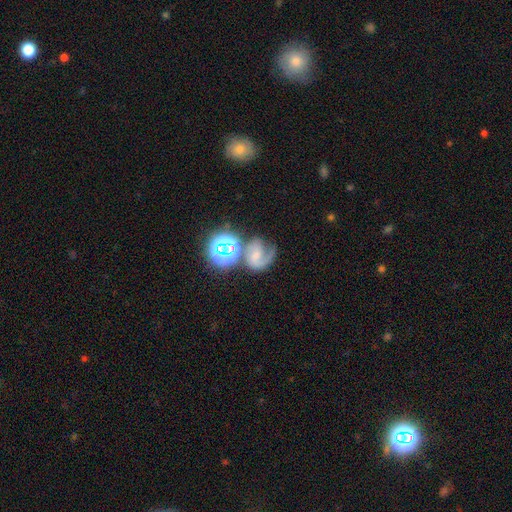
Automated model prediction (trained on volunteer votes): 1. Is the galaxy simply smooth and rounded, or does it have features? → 56% featured or disk, 22% smooth, 22% star or artifact.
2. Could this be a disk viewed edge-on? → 98% no, 2% yes.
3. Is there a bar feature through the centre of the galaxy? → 46% no, 37% weak, 17% strong.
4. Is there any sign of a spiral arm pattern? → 89% yes, 11% no.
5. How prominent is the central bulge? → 32% small, 29% moderate, 26% none, 10% large, 4% dominant.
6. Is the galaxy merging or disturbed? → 39% none, 23% merger, 21% major disturbance, 18% minor disturbance.